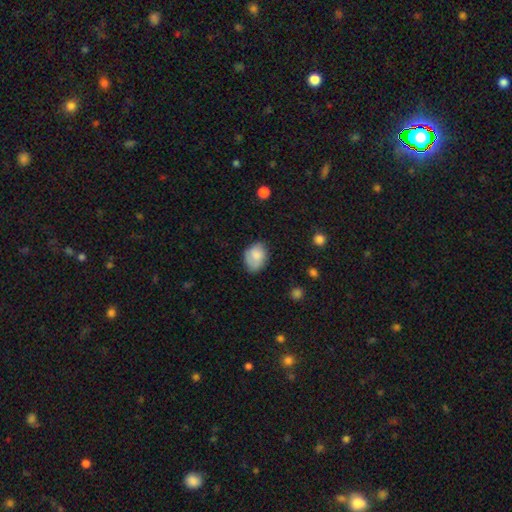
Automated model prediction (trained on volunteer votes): Smooth or featured: smooth — 78% (featured or disk — 14%)
How rounded: in between — 71% (round — 28%)
Merging: none — 61% (minor disturbance — 29%)